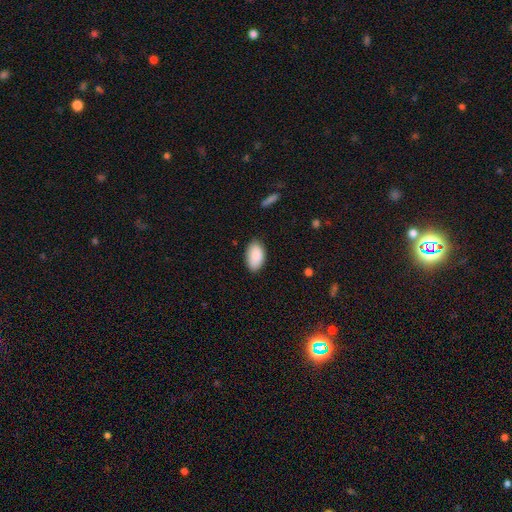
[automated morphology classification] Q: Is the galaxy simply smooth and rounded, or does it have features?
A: smooth — 89%.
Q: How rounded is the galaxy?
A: in between — 95%.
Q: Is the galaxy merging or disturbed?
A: none — 84%.